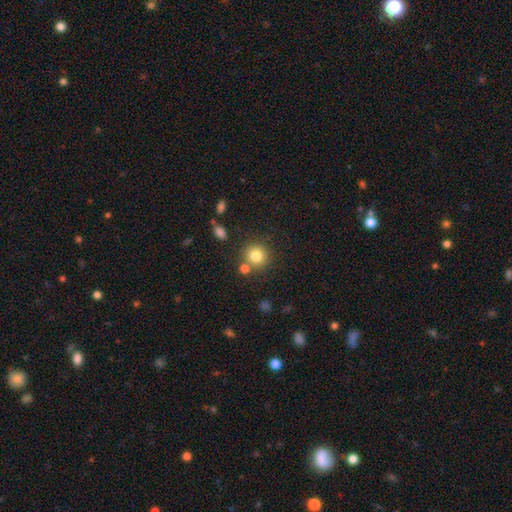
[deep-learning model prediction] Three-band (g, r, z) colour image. It shows a smooth galaxy with no disk features (81%) that is round (91%). Merging: none (75%).